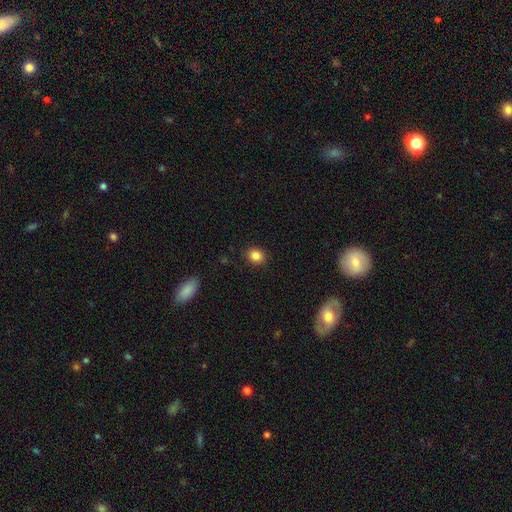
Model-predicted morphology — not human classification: smooth_or_featured: smooth (p=0.86) [alt: star or artifact p=0.10]
how_rounded: round (p=0.61) [alt: in between p=0.38]
merging: none (p=0.89) [alt: minor disturbance p=0.08]